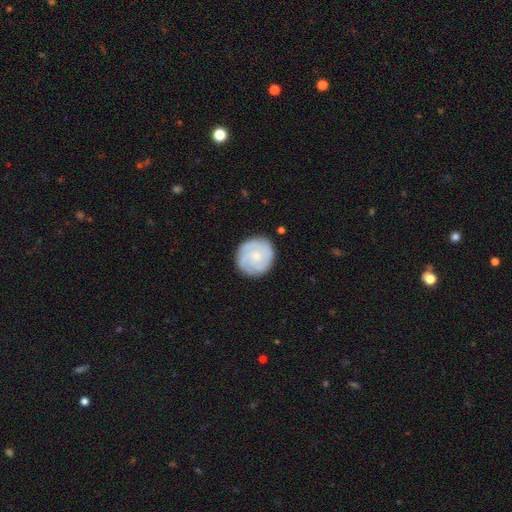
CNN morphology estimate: A featured or disk galaxy (62%) with no bar (78%), 3 (32%) tight (69%) spiral arms (90%) and a small central bulge (49%).

Vote fractions:
- Smooth or featured? featured or disk: 62% / smooth: 32% / star or artifact: 5%
- Edge-on disk? no: 98% / yes: 2%
- Bar? no: 78% / weak: 20% / strong: 2%
- Spiral arms? yes: 90% / no: 10%
- Spiral winding? tight: 69% / medium: 25% / loose: 6%
- Spiral arm count? 3: 32% / can't tell: 31% / 2: 16% / 4: 10% / 1: 6% / more than 4: 5%
- Bulge size? small: 49% / moderate: 33% / none: 12% / large: 4% / dominant: 2%
- Merging? none: 84% / minor disturbance: 12% / major disturbance: 3% / merger: 1%